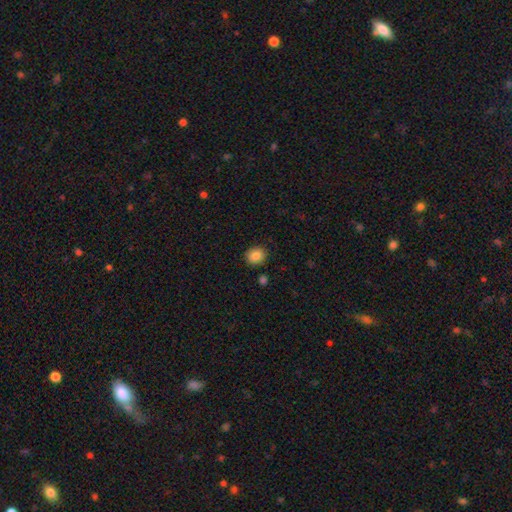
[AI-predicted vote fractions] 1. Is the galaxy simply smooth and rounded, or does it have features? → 86% smooth, 9% star or artifact, 5% featured or disk.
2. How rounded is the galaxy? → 79% round, 21% in between, 1% cigar-shaped.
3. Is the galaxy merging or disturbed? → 88% none, 8% minor disturbance, 2% merger, 2% major disturbance.